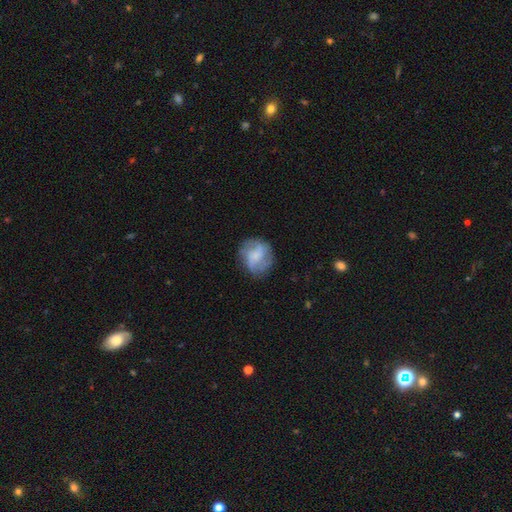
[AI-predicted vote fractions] smooth-or-featured: featured or disk: 52% | smooth: 40% | star or artifact: 8%
  disk-edge-on: no: 98% | yes: 2%
    bar: no: 63% | weak: 30% | strong: 6%
    has-spiral-arms: yes: 75% | no: 25%
    bulge-size: none: 38% | small: 33% | moderate: 21% | large: 6% | dominant: 2%
  merging: none: 69% | minor disturbance: 19% | major disturbance: 10% | merger: 2%